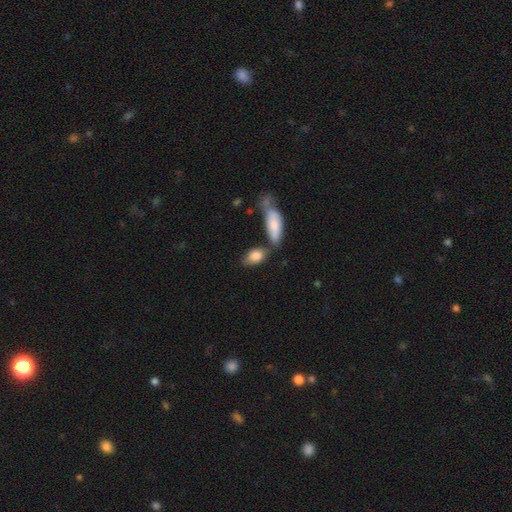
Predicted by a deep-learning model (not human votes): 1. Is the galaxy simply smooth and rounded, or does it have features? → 82% smooth, 11% featured or disk, 6% star or artifact.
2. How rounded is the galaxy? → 88% in between, 6% cigar-shaped, 5% round.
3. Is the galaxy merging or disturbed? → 48% none, 30% merger, 16% minor disturbance, 6% major disturbance.